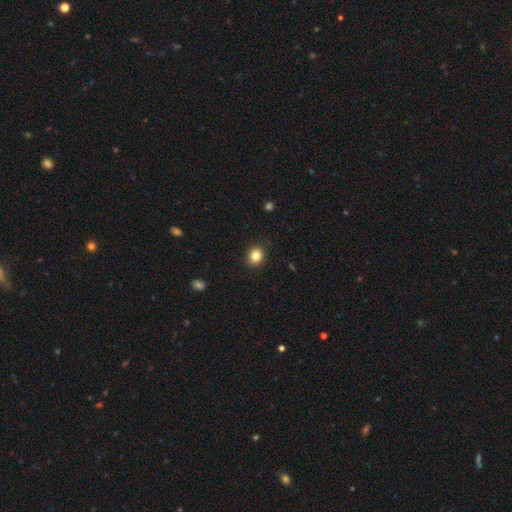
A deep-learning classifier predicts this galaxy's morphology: smooth 84%, star or artifact 10%, featured or disk 5%. Down the decision tree: how rounded — round (65%); merging — none (88%).